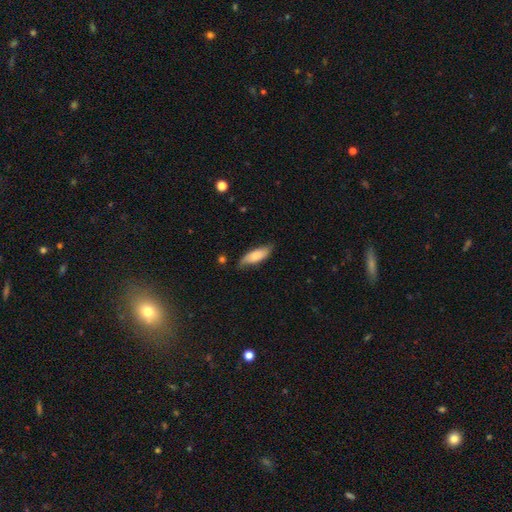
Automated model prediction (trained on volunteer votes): Smooth or featured? Predicted: smooth (p=0.70). How rounded? Predicted: in between (p=0.64). Merging? Predicted: none (p=0.71).